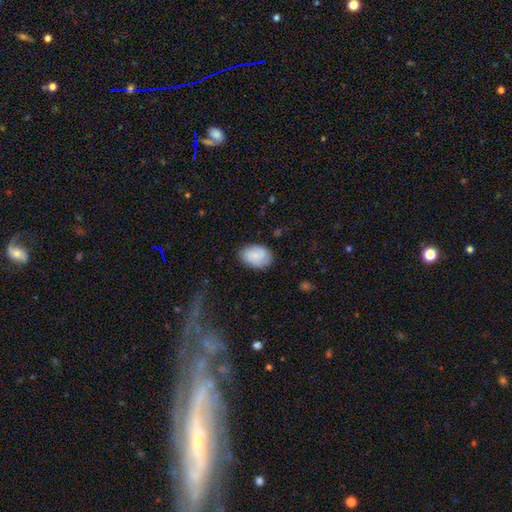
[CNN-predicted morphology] This appears to be a smooth galaxy with no disk features (80%) that is in between round and cigar-shaped (82%). Merging: none (81%).